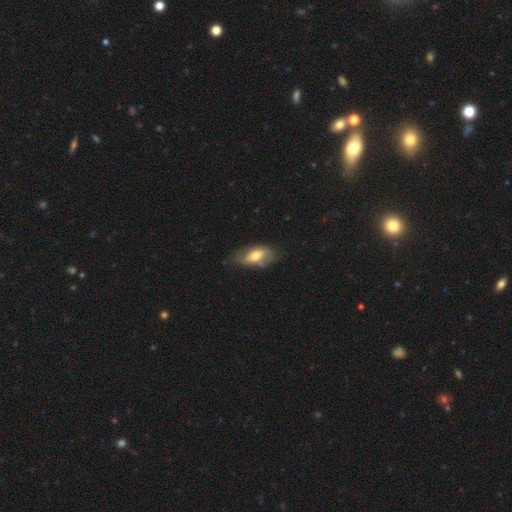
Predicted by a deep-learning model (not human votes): Smooth or featured? Predicted: smooth (p=0.56). How rounded? Predicted: in between (p=0.89). Merging? Predicted: none (p=0.56).